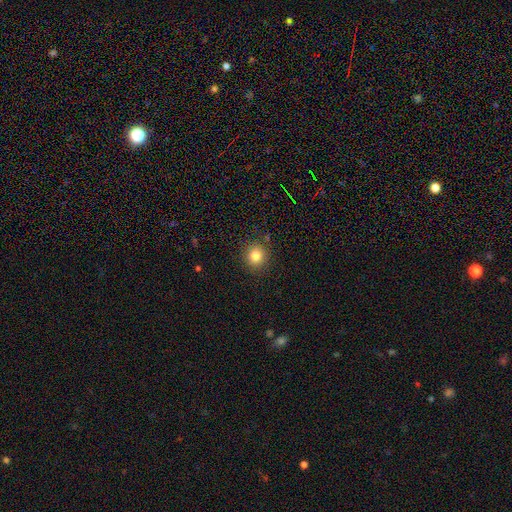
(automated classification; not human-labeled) This appears to be a smooth galaxy with no disk features (82%) that is round (91%). Merging: none (89%).